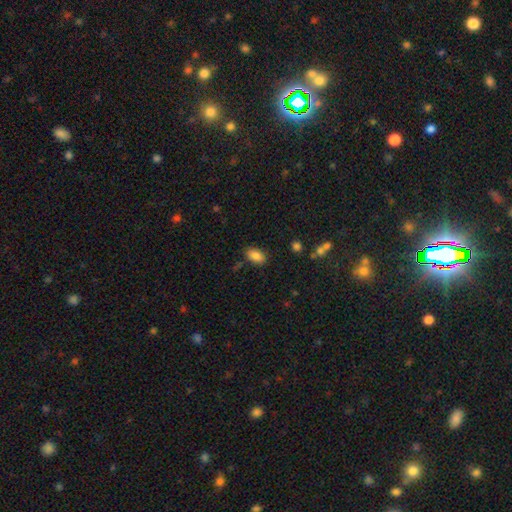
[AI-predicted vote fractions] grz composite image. It shows a smooth galaxy with no disk features (85%) that is in between round and cigar-shaped (91%). Merging: none (83%).